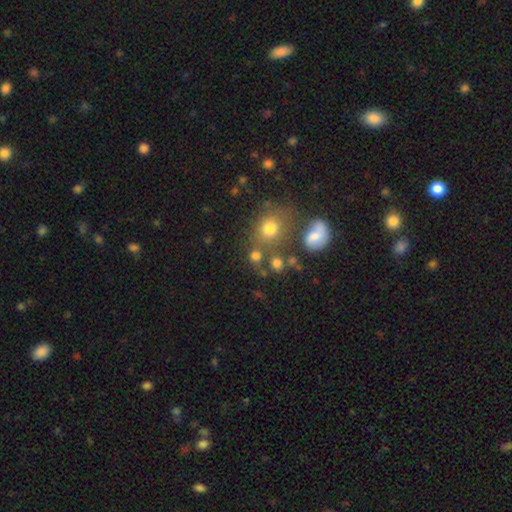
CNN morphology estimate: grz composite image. It shows a smooth galaxy with no disk features (73%) that is round (77%). Merging: none (59%).